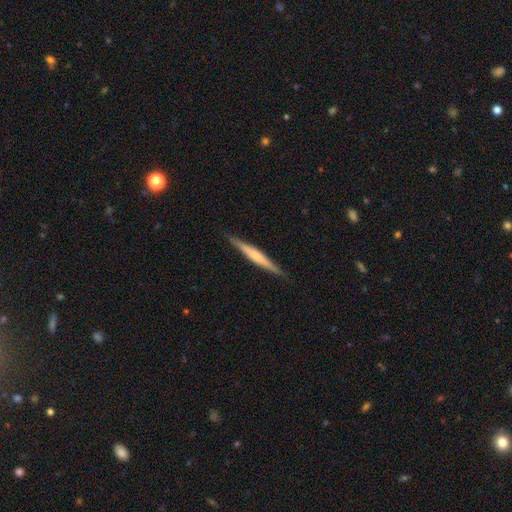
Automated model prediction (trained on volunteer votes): Smooth or featured: featured or disk — 56% (smooth — 39%)
Edge-on disk: yes — 98% (no — 2%)
Edge-on bulge: rounded — 43% (none — 37%)
Merging: none — 90% (minor disturbance — 7%)